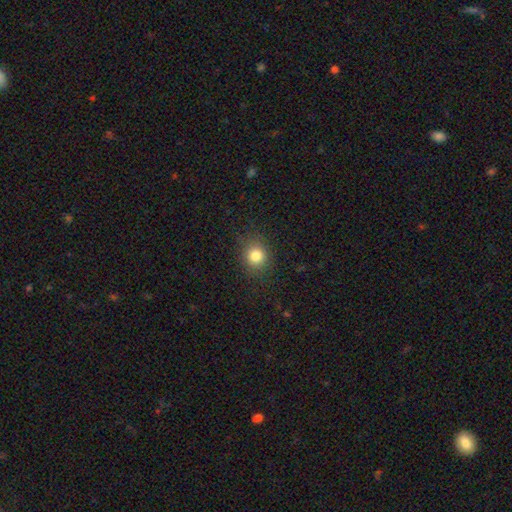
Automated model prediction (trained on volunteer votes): Overall: smooth (82%). How rounded: round (82%). Merging: none (86%).